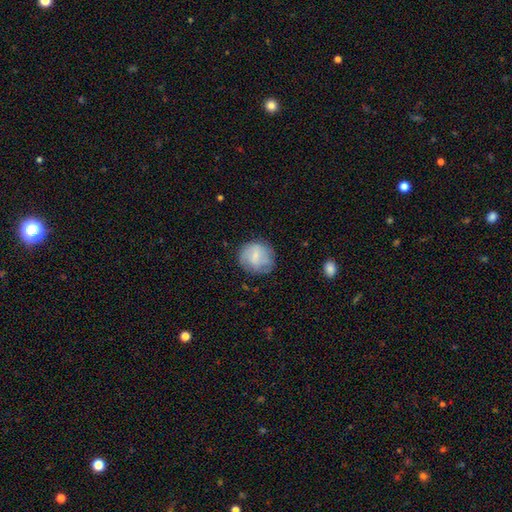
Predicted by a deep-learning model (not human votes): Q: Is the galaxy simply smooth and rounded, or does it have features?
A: smooth — 64%.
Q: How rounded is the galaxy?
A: round — 86%.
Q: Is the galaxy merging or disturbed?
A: none — 69%.